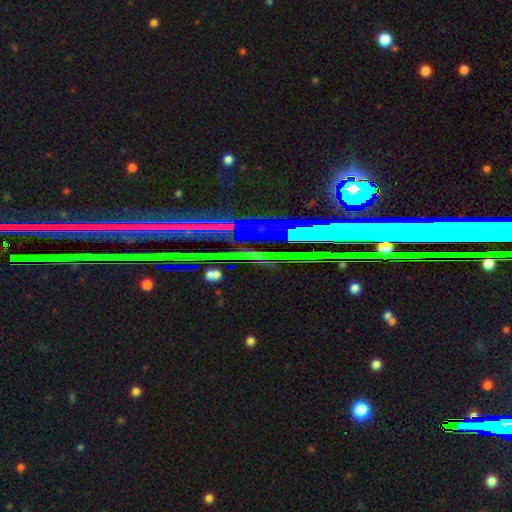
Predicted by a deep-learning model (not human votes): This is likely a star or artifact rather than a galaxy (74%).